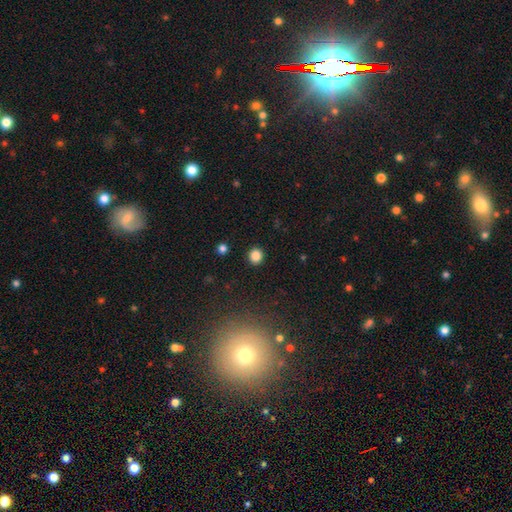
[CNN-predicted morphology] smooth-or-featured: smooth: 85% | star or artifact: 12% | featured or disk: 4%
  how-rounded: round: 88% | in between: 11% | cigar-shaped: 1%
  merging: none: 92% | minor disturbance: 5% | major disturbance: 2% | merger: 1%